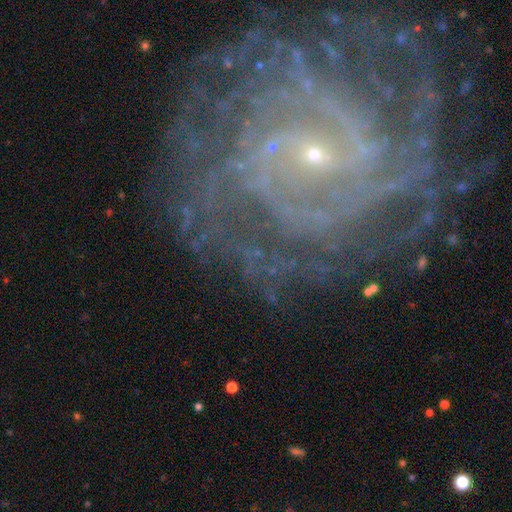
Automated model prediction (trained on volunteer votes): Smooth or featured?
  - featured or disk: 88% *
  - star or artifact: 8%
  - smooth: 4%
Edge-on disk?
  - no: 98% *
  - yes: 2%
Bar?
  - no: 48% *
  - weak: 35%
  - strong: 17%
Spiral arms?
  - yes: 97% *
  - no: 3%
Spiral winding?
  - tight: 70% *
  - medium: 25%
  - loose: 5%
Spiral arm count?
  - can't tell: 25% *
  - 4: 18%
  - 2: 17%
  - more than 4: 17%
  - 3: 14%
  - 1: 9%
Bulge size?
  - small: 89% *
  - moderate: 7%
  - none: 2%
  - large: 1%
  - dominant: 1%
Merging?
  - none: 76% *
  - minor disturbance: 14%
  - major disturbance: 8%
  - merger: 2%